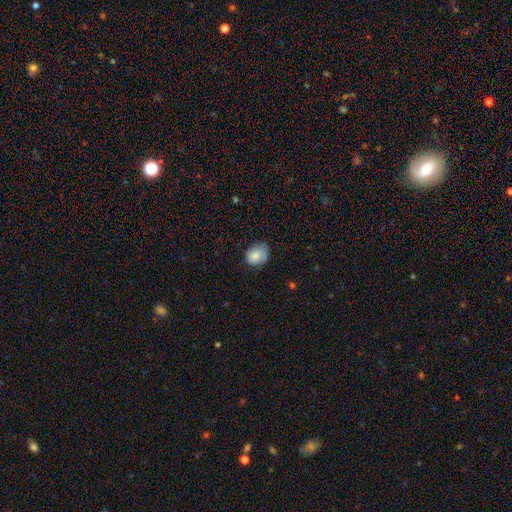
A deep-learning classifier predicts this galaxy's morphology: A smooth galaxy with no disk features (83%) that is round (51%). Merging: none (58%).